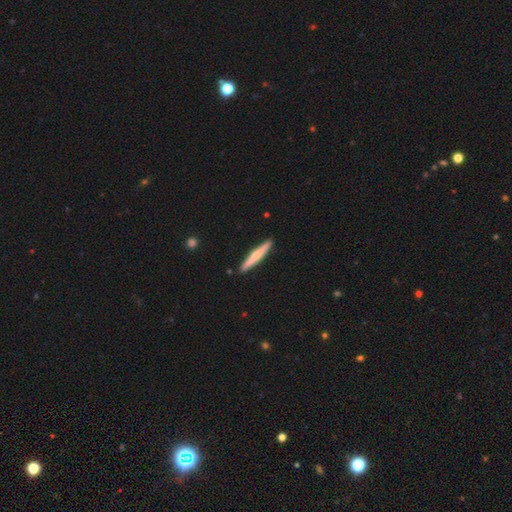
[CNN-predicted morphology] type=smooth (54%); roundness=cigar-shaped (95%); merging=none (91%).